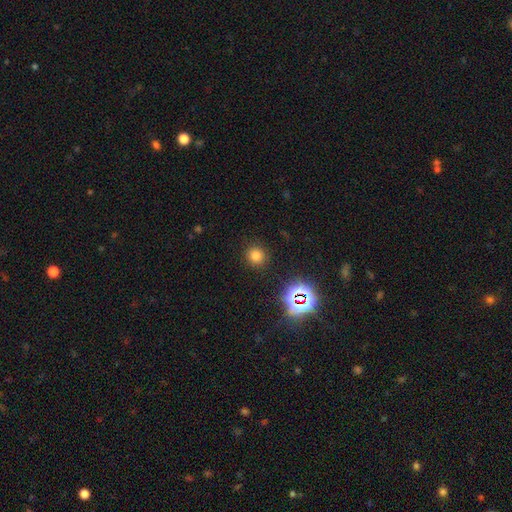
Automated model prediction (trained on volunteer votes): A smooth galaxy with no disk features (73%) that is round (91%).

Vote fractions:
- Smooth or featured? smooth: 73% / star or artifact: 21% / featured or disk: 6%
- How rounded? round: 91% / in between: 8% / cigar-shaped: 1%
- Merging? none: 89% / minor disturbance: 7% / major disturbance: 3% / merger: 2%